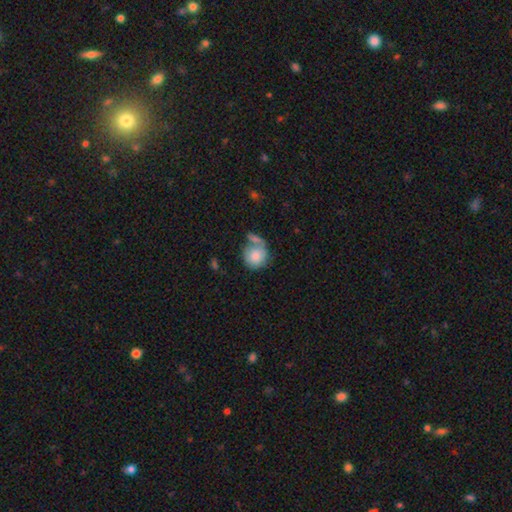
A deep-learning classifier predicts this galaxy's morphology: Smooth or featured: smooth — 80% (featured or disk — 13%)
How rounded: round — 82% (in between — 16%)
Merging: none — 42% (merger — 34%)